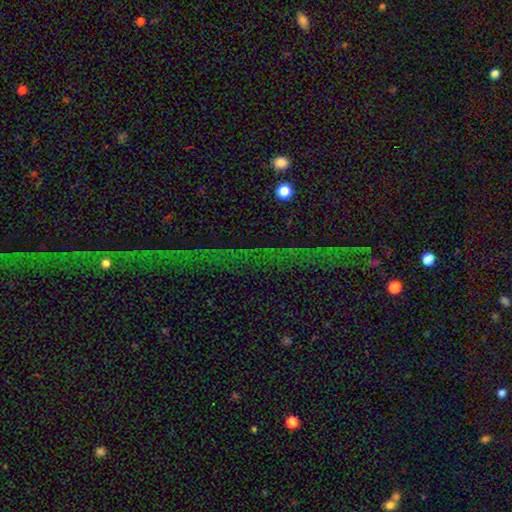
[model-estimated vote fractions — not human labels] Smooth or featured? star or artifact (84%)